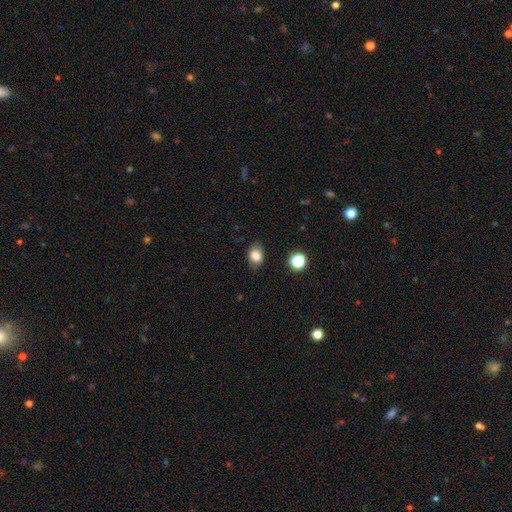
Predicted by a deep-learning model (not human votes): smooth-or-featured: smooth: 83% | star or artifact: 11% | featured or disk: 7%
  how-rounded: in between: 66% | round: 33% | cigar-shaped: 1%
  merging: none: 82% | minor disturbance: 13% | major disturbance: 3% | merger: 2%